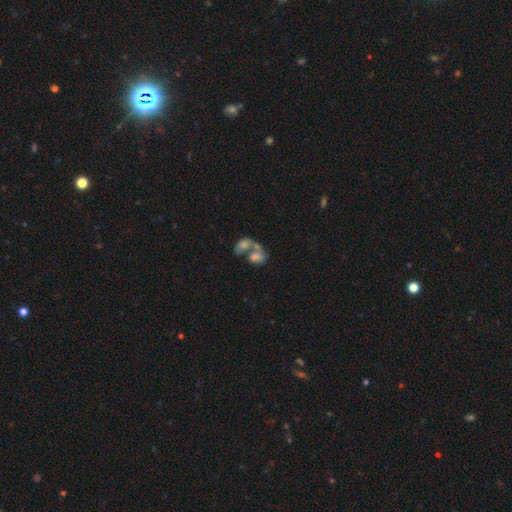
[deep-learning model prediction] smooth 47%, featured or disk 39%, star or artifact 14%. Down the decision tree: merging — merger (71%).